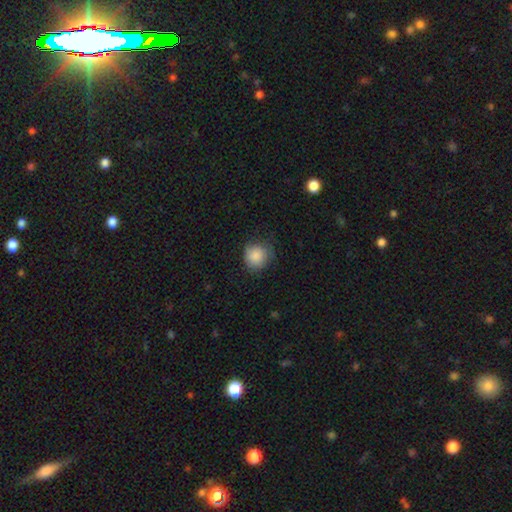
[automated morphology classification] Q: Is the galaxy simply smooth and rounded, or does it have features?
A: smooth — 87%.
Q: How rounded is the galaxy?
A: round — 85%.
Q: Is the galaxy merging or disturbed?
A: none — 71%.